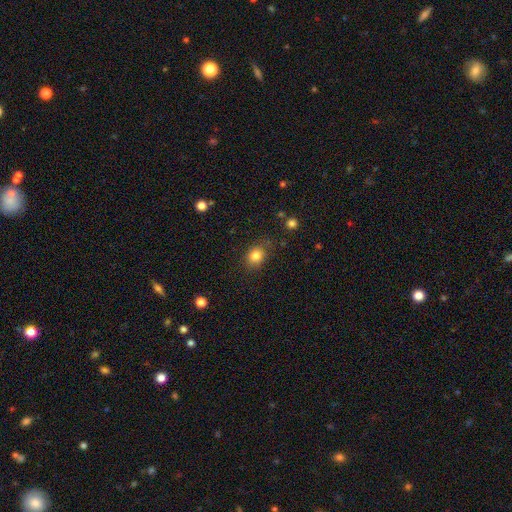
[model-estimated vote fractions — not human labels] Q: Smooth or featured?
A: smooth (83%); runner-up: star or artifact (11%)
Q: How rounded?
A: round (60%); runner-up: in between (39%)
Q: Merging?
A: none (79%); runner-up: minor disturbance (15%)